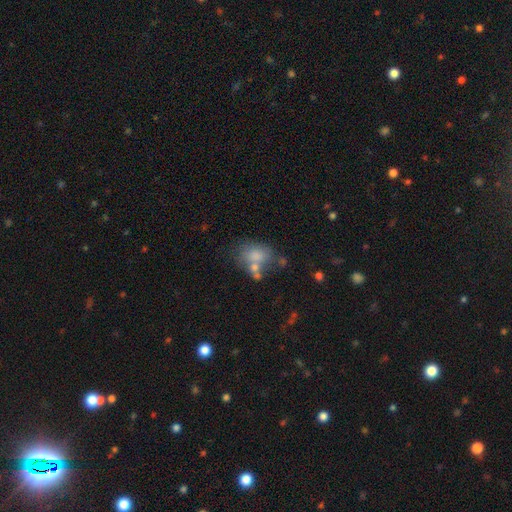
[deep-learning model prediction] smooth 66%, featured or disk 19%, star or artifact 15%. Down the decision tree: how rounded — in between (71%); merging — none (44%).